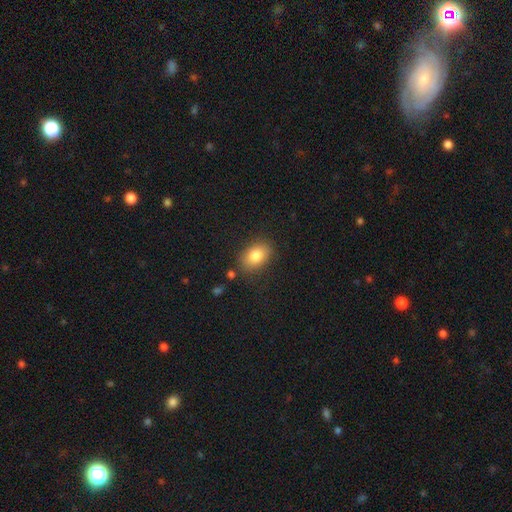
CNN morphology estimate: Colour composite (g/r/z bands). It shows a smooth galaxy with no disk features (82%) that is in between round and cigar-shaped (81%). Merging: none (80%).